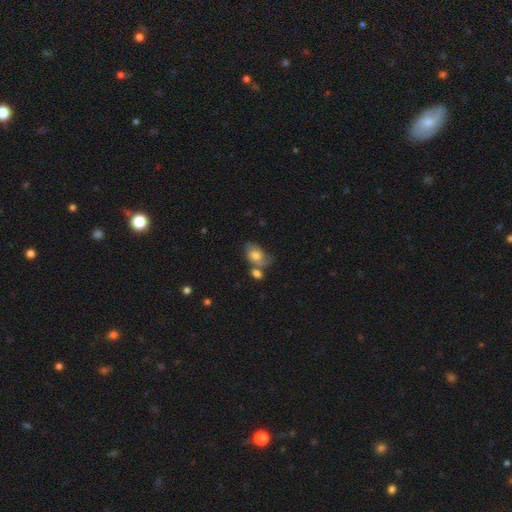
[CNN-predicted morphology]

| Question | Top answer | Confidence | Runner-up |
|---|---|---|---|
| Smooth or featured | smooth | 59% | featured or disk (31%) |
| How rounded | in between | 78% | round (20%) |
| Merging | none | 36% | merger (29%) |